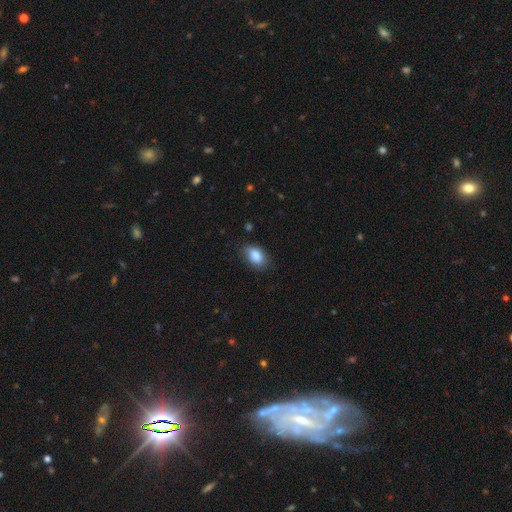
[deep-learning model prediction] This is clearly a smooth galaxy (87%). How rounded: clearly in between (90%). Merging: likely none (75%).